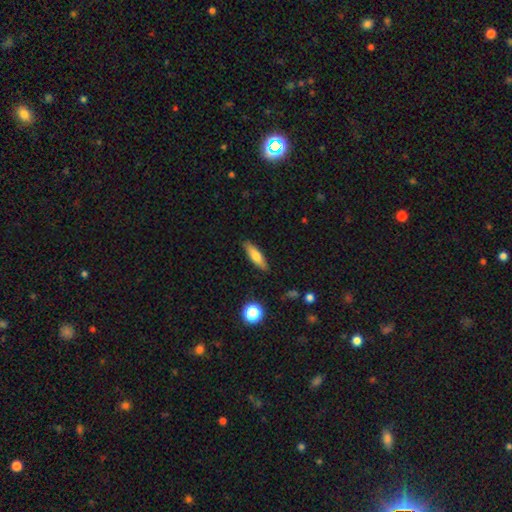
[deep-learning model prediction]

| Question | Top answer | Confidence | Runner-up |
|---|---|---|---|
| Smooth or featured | smooth | 68% | featured or disk (24%) |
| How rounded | cigar-shaped | 61% | in between (37%) |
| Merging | none | 88% | minor disturbance (9%) |